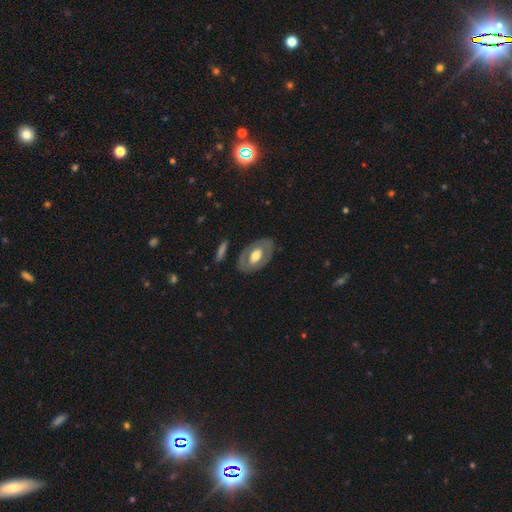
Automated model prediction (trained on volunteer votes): Smooth or featured? featured or disk (55%)
Edge-on disk? no (89%)
Merging? none (78%)